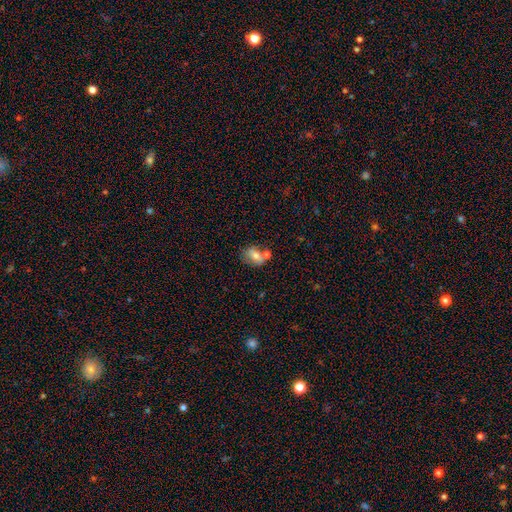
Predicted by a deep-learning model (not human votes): Q: Smooth or featured?
A: smooth (64%); runner-up: featured or disk (26%)
Q: How rounded?
A: in between (65%); runner-up: round (33%)
Q: Merging?
A: none (45%); runner-up: merger (33%)